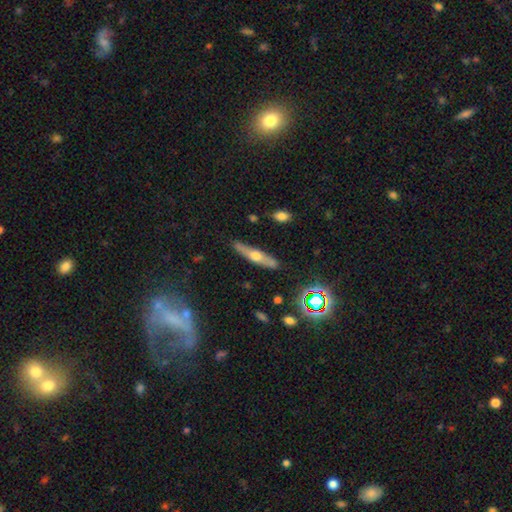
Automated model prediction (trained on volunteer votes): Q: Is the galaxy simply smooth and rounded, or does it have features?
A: featured or disk — 55%.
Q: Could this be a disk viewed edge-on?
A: yes — 87%.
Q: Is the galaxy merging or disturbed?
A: none — 85%.